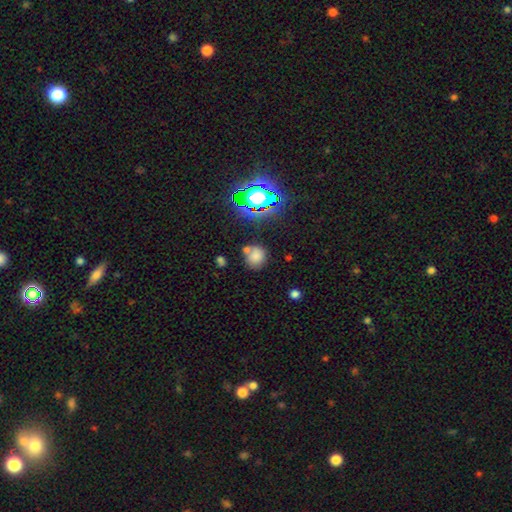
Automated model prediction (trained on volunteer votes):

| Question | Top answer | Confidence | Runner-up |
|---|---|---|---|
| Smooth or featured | smooth | 72% | star or artifact (19%) |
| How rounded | round | 83% | in between (16%) |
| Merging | none | 63% | merger (18%) |